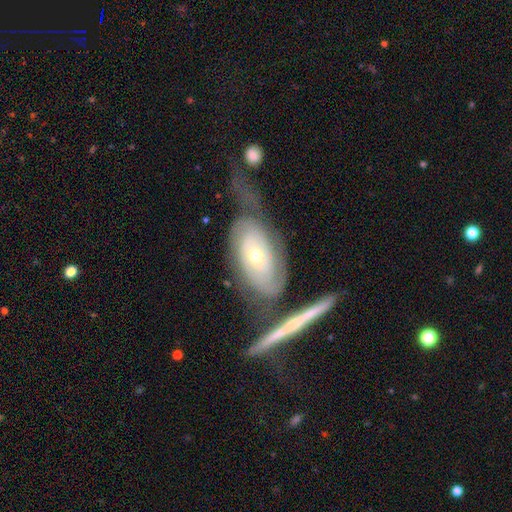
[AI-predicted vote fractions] A featured or disk galaxy (72%) with no bar (72%), 2 (51%) tight (58%) spiral arms (82%) and a small central bulge (53%).

Vote fractions:
- Smooth or featured? featured or disk: 72% / smooth: 21% / star or artifact: 7%
- Edge-on disk? no: 88% / yes: 12%
- Bar? no: 72% / weak: 20% / strong: 8%
- Spiral arms? yes: 82% / no: 18%
- Spiral winding? tight: 58% / medium: 29% / loose: 13%
- Spiral arm count? 2: 51% / can't tell: 33% / 3: 6% / 1: 5% / 4: 2% / more than 4: 2%
- Bulge size? small: 53% / moderate: 43% / large: 2% / dominant: 1% / none: 1%
- Merging? none: 40% / major disturbance: 23% / minor disturbance: 21% / merger: 16%